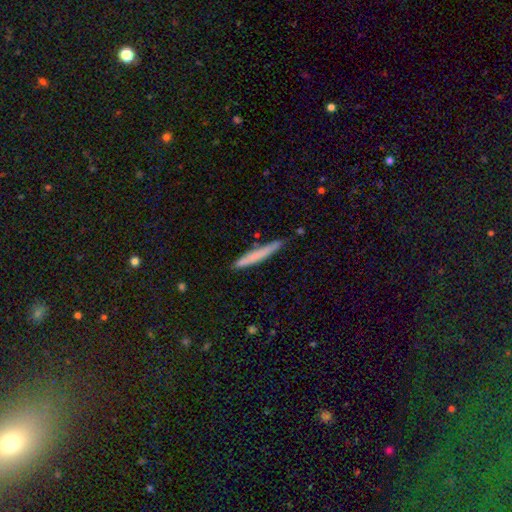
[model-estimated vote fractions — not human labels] Smooth or featured? Predicted: smooth (p=0.70). How rounded? Predicted: cigar-shaped (p=0.96). Merging? Predicted: none (p=0.83).